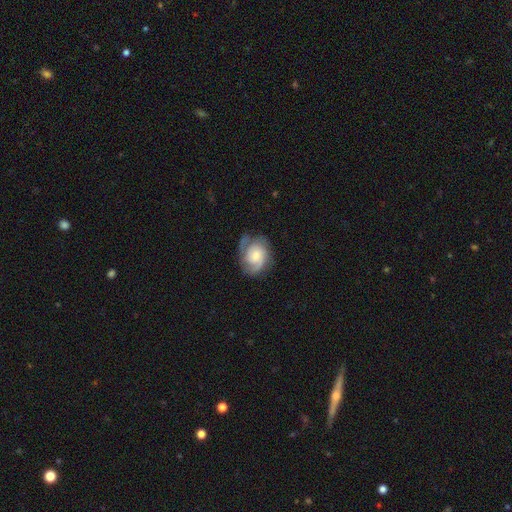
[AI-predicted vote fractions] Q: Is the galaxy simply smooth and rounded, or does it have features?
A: featured or disk — 70%.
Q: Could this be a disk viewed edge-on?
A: no — 97%.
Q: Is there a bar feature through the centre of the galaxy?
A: no — 66%.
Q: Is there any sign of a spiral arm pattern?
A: yes — 93%.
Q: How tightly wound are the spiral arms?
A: tight — 44%.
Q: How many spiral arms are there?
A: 2 — 49%.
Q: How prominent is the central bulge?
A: moderate — 42%.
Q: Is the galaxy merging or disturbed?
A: none — 64%.